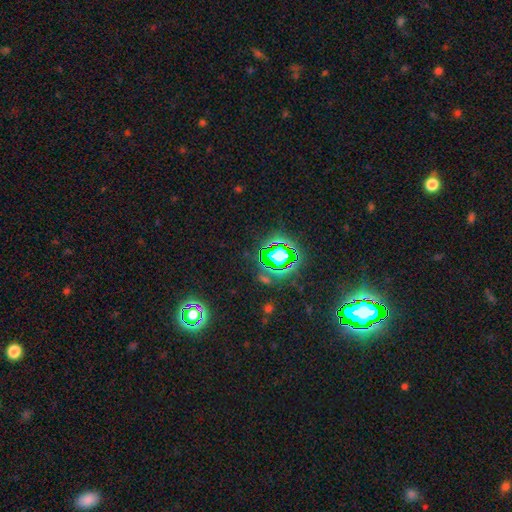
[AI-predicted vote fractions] A star or artifact, not a galaxy (81%).